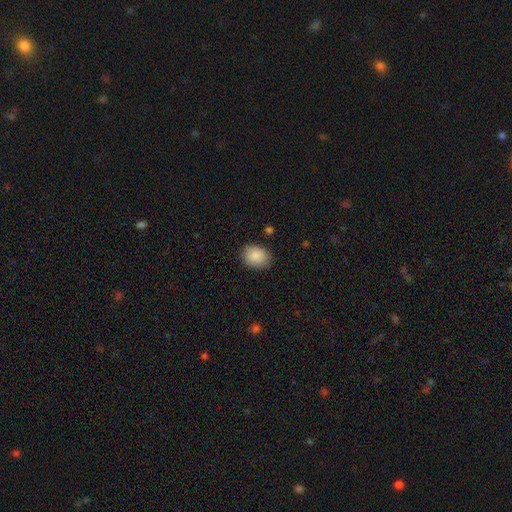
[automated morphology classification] smooth 88%, star or artifact 7%, featured or disk 5%. Down the decision tree: how rounded — in between (59%); merging — none (85%).